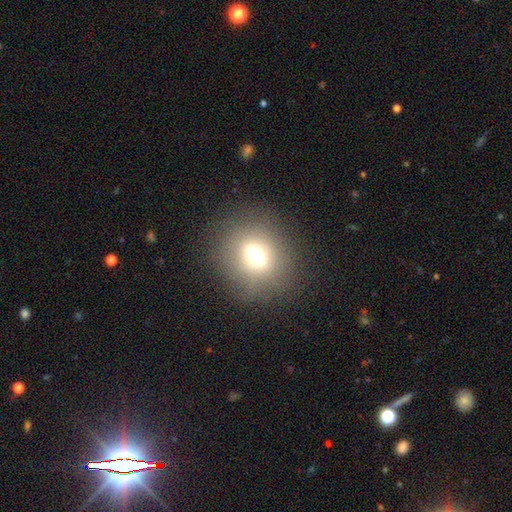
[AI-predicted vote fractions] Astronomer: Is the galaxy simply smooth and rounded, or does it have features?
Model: smooth — 53% (runner-up: featured or disk, 29%).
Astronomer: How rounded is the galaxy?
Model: round — 58% (runner-up: in between, 37%).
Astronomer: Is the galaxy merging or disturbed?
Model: none — 80%.